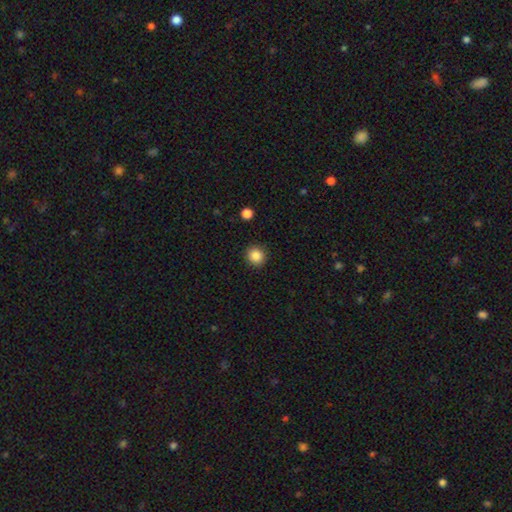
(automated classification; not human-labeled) The model was most divided on "smooth or featured": smooth: 86%, star or artifact: 10%, featured or disk: 4%. More confident: merging — none (91%); how rounded — round (89%).